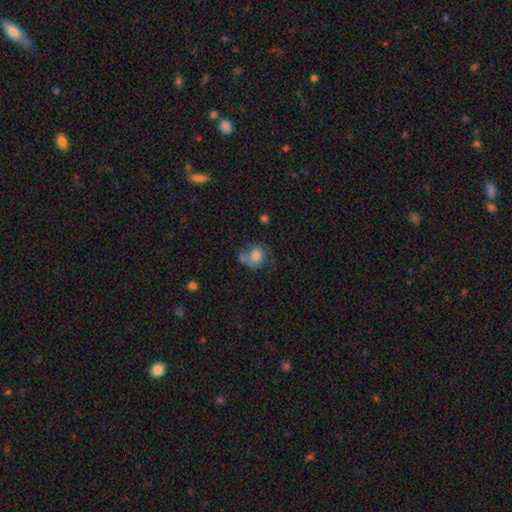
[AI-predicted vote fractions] This is possibly a smooth galaxy (48%). Merging: marginally none (41%).